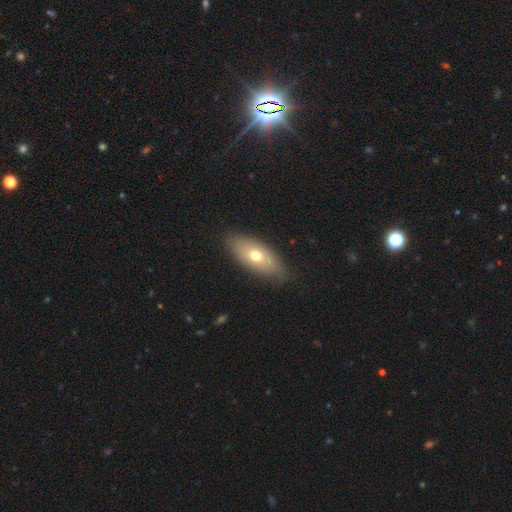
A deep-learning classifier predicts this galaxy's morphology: Overall: smooth (64%; featured or disk 29%). How rounded: in between (85%). Merging: none (82%).